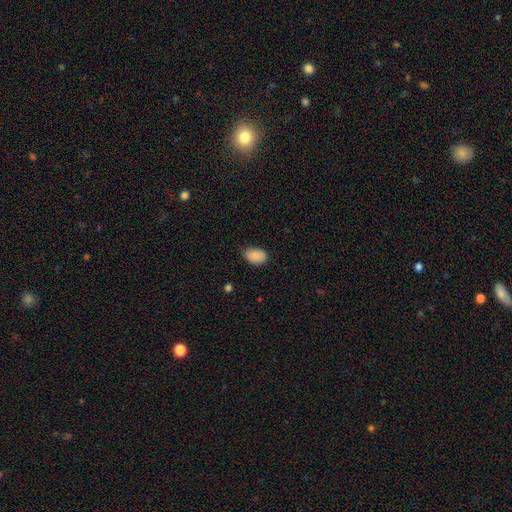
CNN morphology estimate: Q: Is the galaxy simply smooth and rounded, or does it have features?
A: smooth — 88%.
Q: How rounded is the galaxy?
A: in between — 88%.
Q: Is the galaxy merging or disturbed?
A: none — 76%.